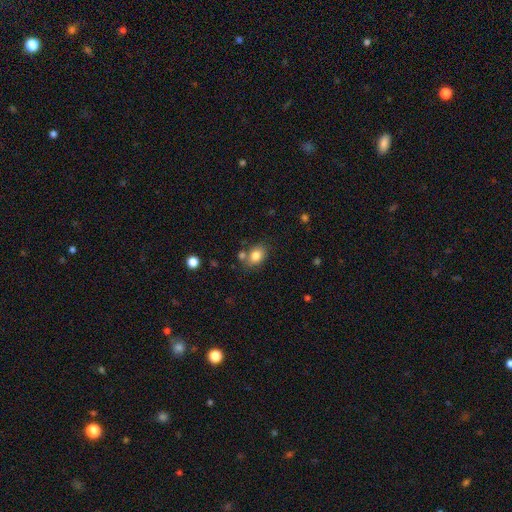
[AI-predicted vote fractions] Smooth or featured?
  - smooth: 81% *
  - star or artifact: 10%
  - featured or disk: 9%
How rounded?
  - in between: 68% *
  - round: 31%
  - cigar-shaped: 1%
Merging?
  - none: 67% *
  - minor disturbance: 15%
  - merger: 14%
  - major disturbance: 4%